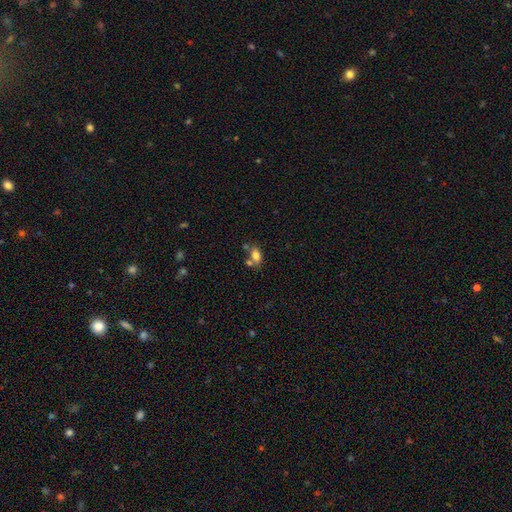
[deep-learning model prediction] Morphology: type=smooth (77%); roundness=in between (85%); merging=none (51%).